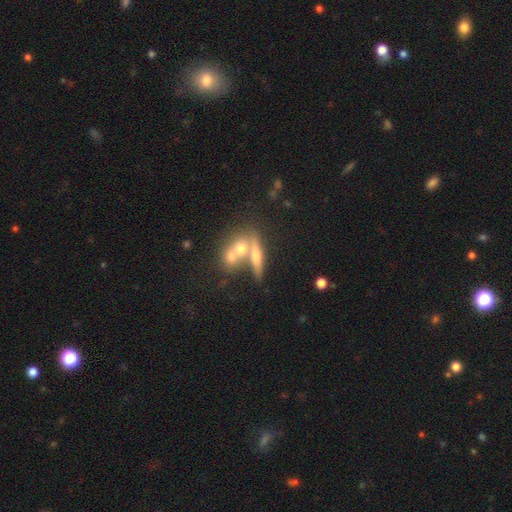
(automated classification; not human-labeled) The model was most divided on "how rounded": cigar-shaped: 44%, in between: 38%, round: 18%. Remaining: smooth or featured — smooth (50%); merging — merger (49%).